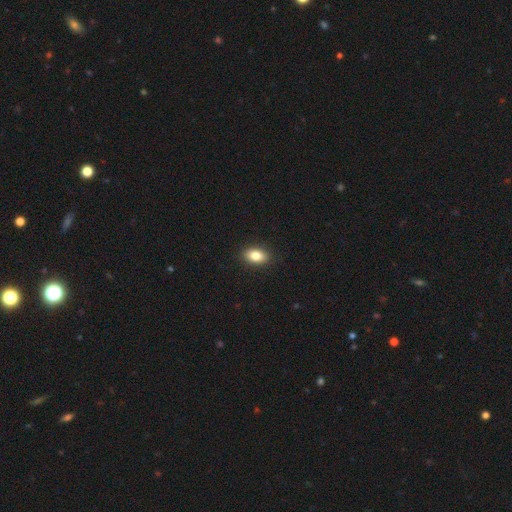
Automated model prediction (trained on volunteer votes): smooth_or_featured: smooth (p=0.84) [alt: featured or disk p=0.08]
how_rounded: in between (p=0.89) [alt: round p=0.09]
merging: none (p=0.90) [alt: minor disturbance p=0.07]